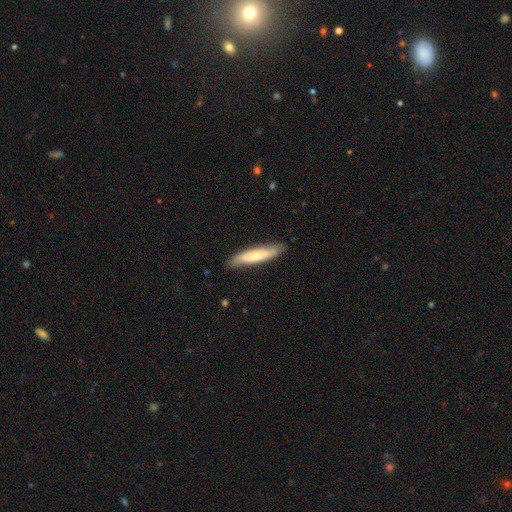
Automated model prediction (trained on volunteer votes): smooth 60%, featured or disk 35%, star or artifact 5%. Down the decision tree: how rounded — cigar-shaped (82%); merging — none (84%).